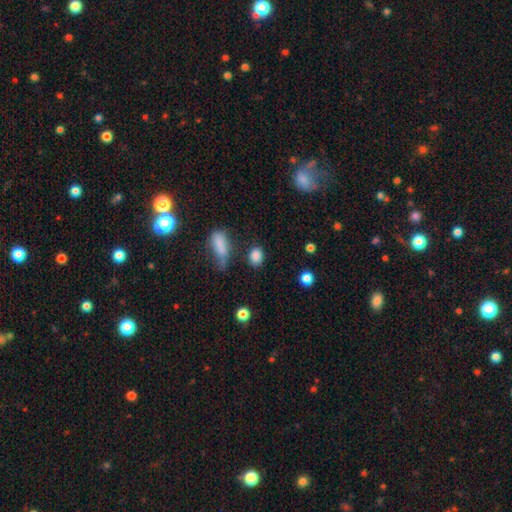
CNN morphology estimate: smooth-or-featured: smooth: 86% | star or artifact: 10% | featured or disk: 5%
  how-rounded: in between: 59% | round: 38% | cigar-shaped: 3%
  merging: none: 77% | minor disturbance: 14% | merger: 5% | major disturbance: 5%